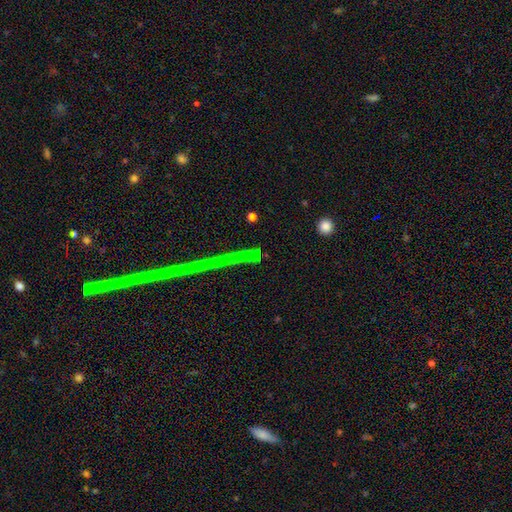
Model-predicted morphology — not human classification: A star or artifact, not a galaxy (63%).

Vote fractions:
- Smooth or featured? star or artifact: 63% / smooth: 20% / featured or disk: 18%